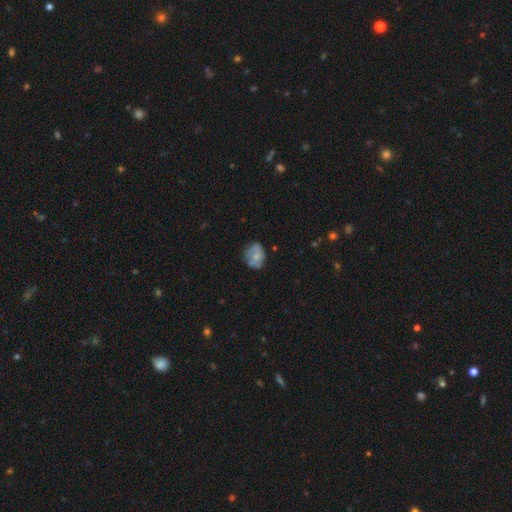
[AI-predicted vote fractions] This appears to be a smooth galaxy with no disk features (55%) that is in between round and cigar-shaped (54%). Merging: none (57%).